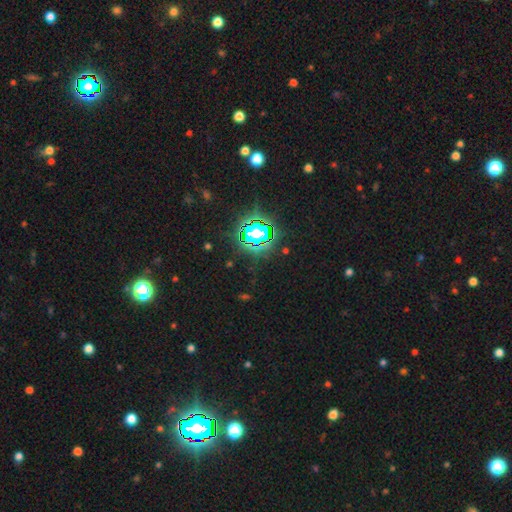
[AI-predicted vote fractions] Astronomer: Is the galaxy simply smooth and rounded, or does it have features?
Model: star or artifact — 82%.